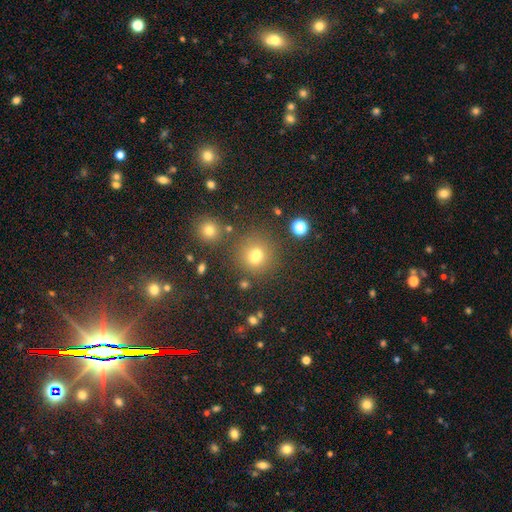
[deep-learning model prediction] smooth_or_featured: smooth (p=0.69) [alt: star or artifact p=0.20]
how_rounded: round (p=0.84) [alt: in between p=0.15]
merging: none (p=0.60) [alt: merger p=0.24]